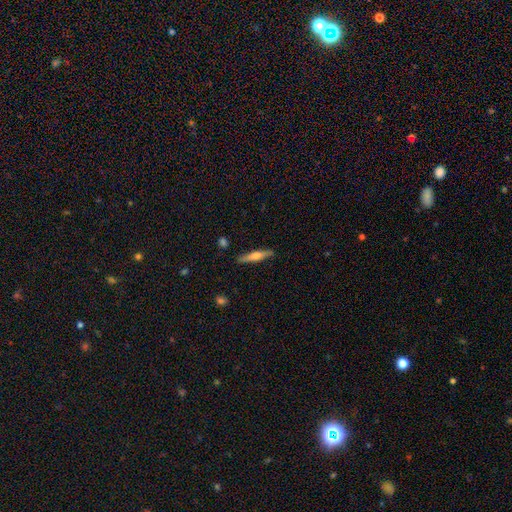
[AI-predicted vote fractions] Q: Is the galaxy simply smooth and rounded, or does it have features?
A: featured or disk — 51%.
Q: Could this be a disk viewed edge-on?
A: yes — 96%.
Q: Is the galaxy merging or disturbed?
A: none — 87%.